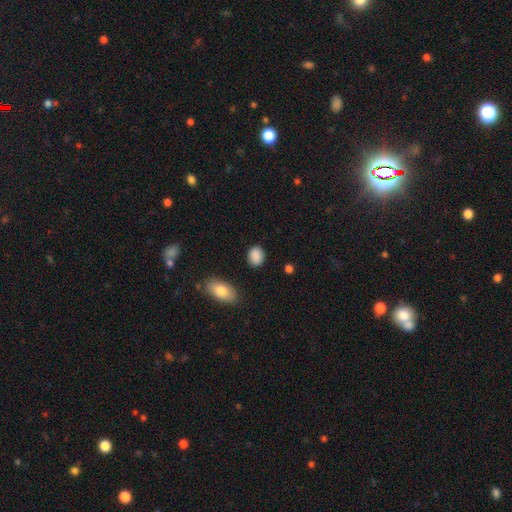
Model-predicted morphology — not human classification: smooth-or-featured: smooth: 89% | star or artifact: 8% | featured or disk: 4%
  how-rounded: in between: 52% | round: 47% | cigar-shaped: 2%
  merging: none: 87% | minor disturbance: 9% | major disturbance: 2% | merger: 2%